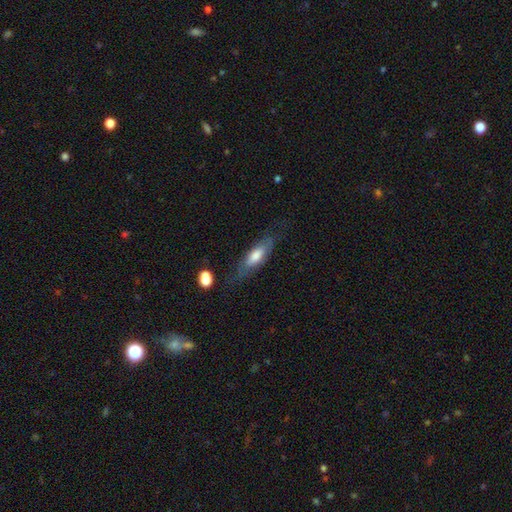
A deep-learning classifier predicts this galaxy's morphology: smooth_or_featured: smooth (p=0.60) [alt: featured or disk p=0.34]
how_rounded: in between (p=0.51) [alt: cigar-shaped p=0.46]
merging: none (p=0.67) [alt: minor disturbance p=0.21]